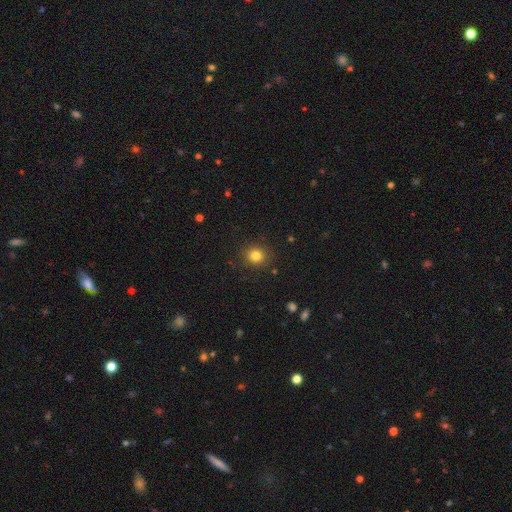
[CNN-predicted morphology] smooth 81%, star or artifact 13%, featured or disk 6%. Down the decision tree: how rounded — round (85%); merging — none (89%).